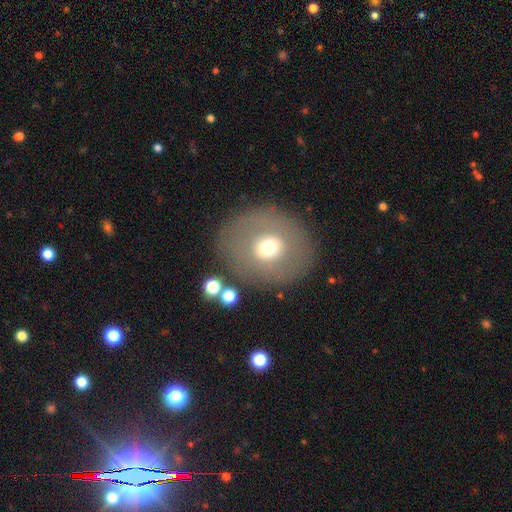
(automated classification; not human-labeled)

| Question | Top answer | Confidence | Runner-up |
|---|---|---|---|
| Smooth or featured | smooth | 40% | featured or disk (38%) |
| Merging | none | 83% | minor disturbance (10%) |